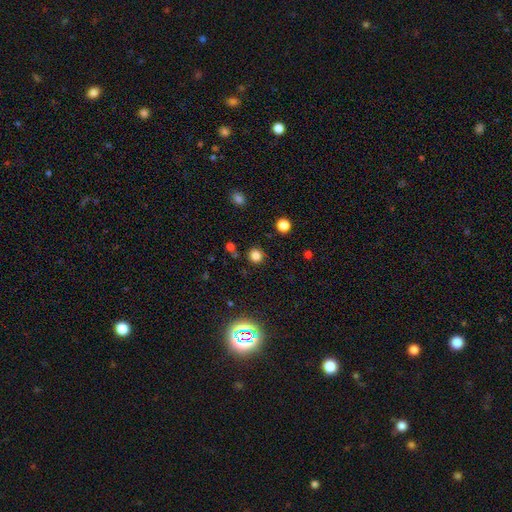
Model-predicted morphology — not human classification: A smooth galaxy with no disk features (80%) that is round (92%).

Vote fractions:
- Smooth or featured? smooth: 80% / star or artifact: 16% / featured or disk: 4%
- How rounded? round: 92% / in between: 7% / cigar-shaped: 1%
- Merging? none: 88% / minor disturbance: 7% / merger: 3% / major disturbance: 2%